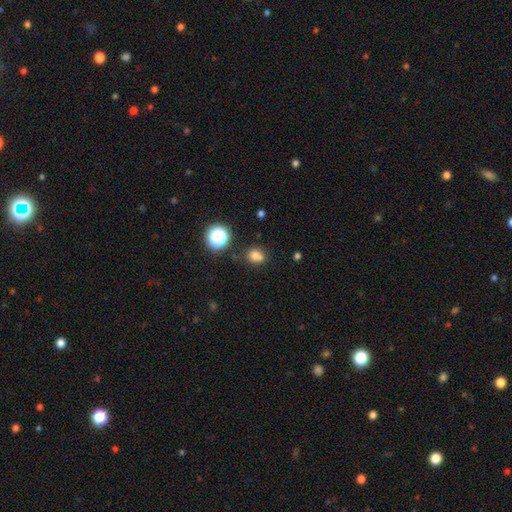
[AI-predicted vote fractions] The model was most divided on "merging": none: 61%, merger: 21%, minor disturbance: 14%, major disturbance: 5%. More confident: how rounded — round (76%); smooth or featured — smooth (73%).